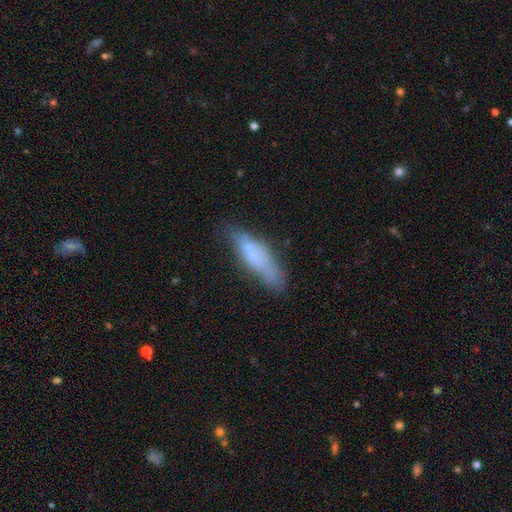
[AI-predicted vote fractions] Smooth or featured? Predicted: smooth (p=0.65). How rounded? Predicted: cigar-shaped (p=0.65). Merging? Predicted: none (p=0.57).